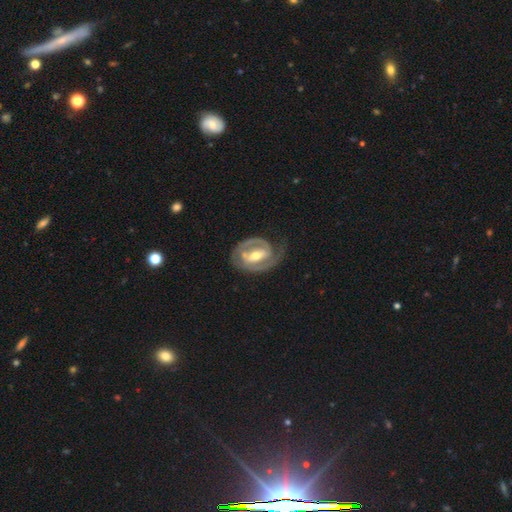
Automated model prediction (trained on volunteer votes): smooth_or_featured: featured or disk (p=0.86) [alt: smooth p=0.10]
disk_edge_on: no (p=0.96) [alt: yes p=0.04]
bar: strong (p=0.50) [alt: weak p=0.35]
has_spiral_arms: yes (p=0.90) [alt: no p=0.10]
spiral_winding: tight (p=0.54) [alt: medium p=0.36]
spiral_arm_count: 2 (p=0.65) [alt: 1 p=0.23]
bulge_size: moderate (p=0.64) [alt: small p=0.28]
merging: none (p=0.64) [alt: minor disturbance p=0.21]